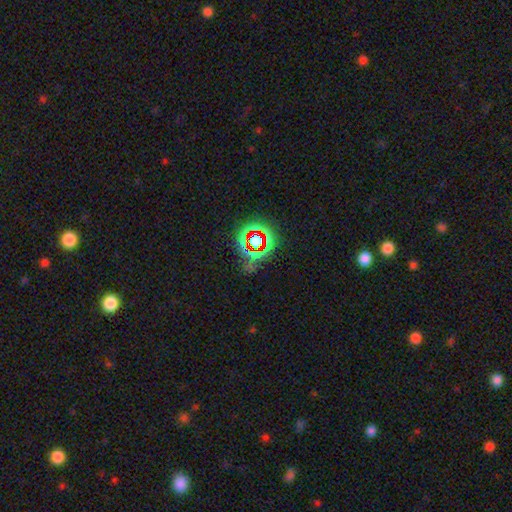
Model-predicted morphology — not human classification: Smooth or featured?
  - star or artifact: 58% *
  - featured or disk: 23%
  - smooth: 19%